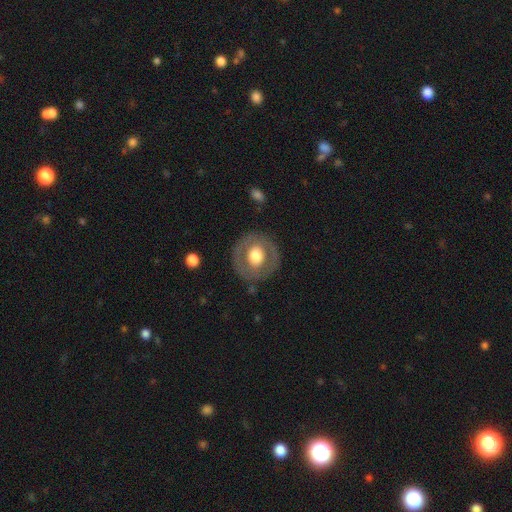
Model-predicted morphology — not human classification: Overall: smooth (50%; featured or disk 44%). Merging: none (82%).